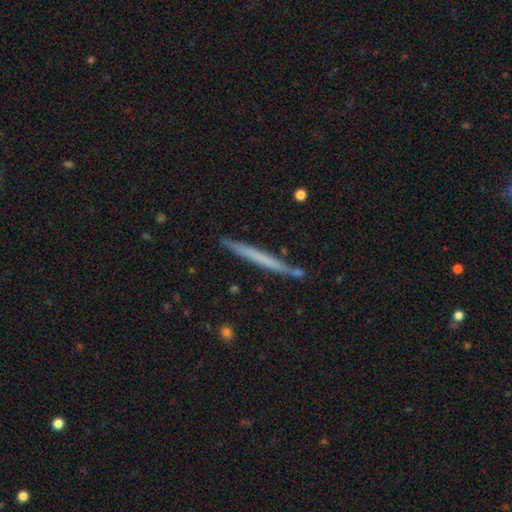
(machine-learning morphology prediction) smooth_or_featured: smooth (p=0.47) [alt: featured or disk p=0.46]
merging: none (p=0.90) [alt: minor disturbance p=0.07]